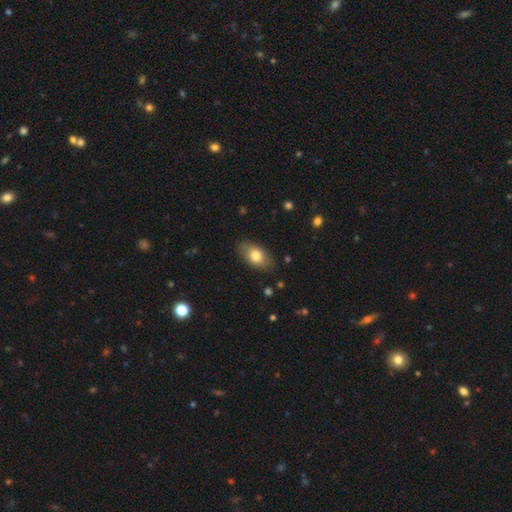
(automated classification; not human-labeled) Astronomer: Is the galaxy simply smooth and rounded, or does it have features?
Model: smooth — 77%.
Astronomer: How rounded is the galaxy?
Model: in between — 89%.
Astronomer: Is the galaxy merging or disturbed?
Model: none — 84%.